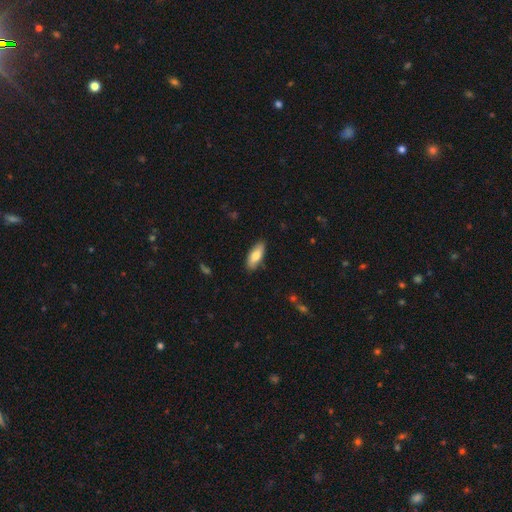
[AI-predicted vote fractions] This appears to be a smooth galaxy with no disk features (77%) that is in between round and cigar-shaped (76%). Merging: none (86%).